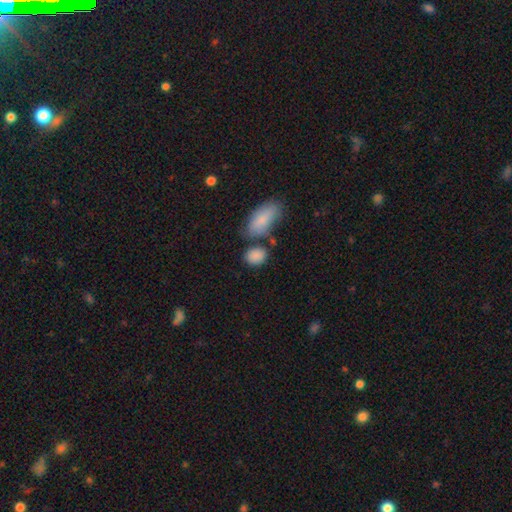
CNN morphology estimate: The model was most divided on "how rounded": in between: 65%, round: 33%, cigar-shaped: 3%. More confident: smooth or featured — smooth (87%); merging — none (64%).